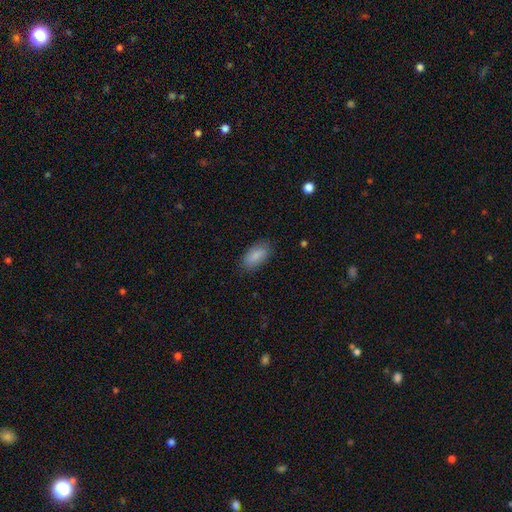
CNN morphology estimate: Smooth or featured?
  - smooth: 85% *
  - featured or disk: 8%
  - star or artifact: 6%
How rounded?
  - in between: 91% *
  - cigar-shaped: 7%
  - round: 2%
Merging?
  - none: 83% *
  - minor disturbance: 13%
  - major disturbance: 3%
  - merger: 1%